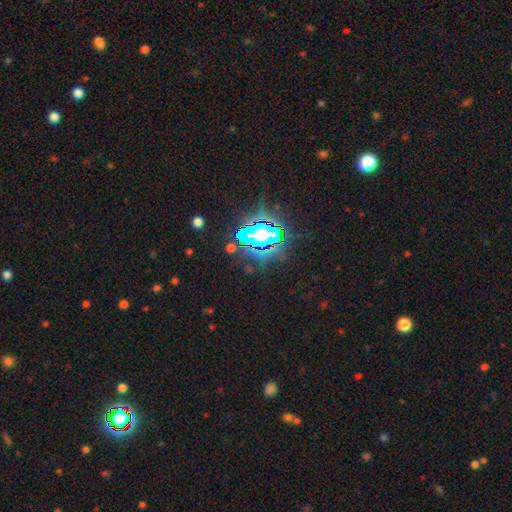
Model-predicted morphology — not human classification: A star or artifact, not a galaxy (84%).

Vote fractions:
- Smooth or featured? star or artifact: 84% / smooth: 9% / featured or disk: 7%